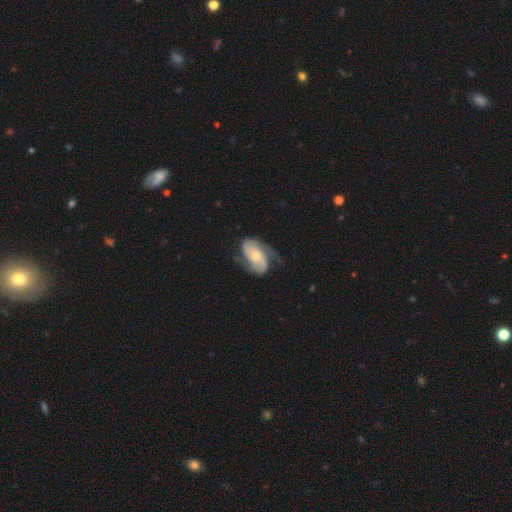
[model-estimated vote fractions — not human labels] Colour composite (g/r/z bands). It shows a featured or disk galaxy (78%) with no bar (64%), 2 (83%) medium (42%) spiral arms (93%) and a moderate central bulge (51%). Merging: none (59%).